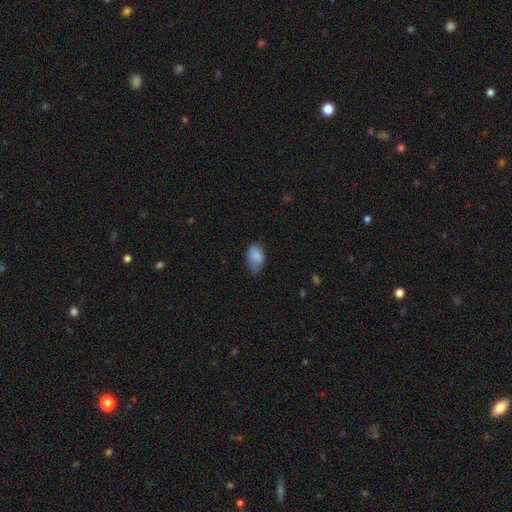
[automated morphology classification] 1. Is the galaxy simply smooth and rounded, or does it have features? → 82% smooth, 10% featured or disk, 8% star or artifact.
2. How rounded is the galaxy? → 91% in between, 8% round, 2% cigar-shaped.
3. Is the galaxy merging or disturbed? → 50% none, 39% minor disturbance, 10% major disturbance, 2% merger.